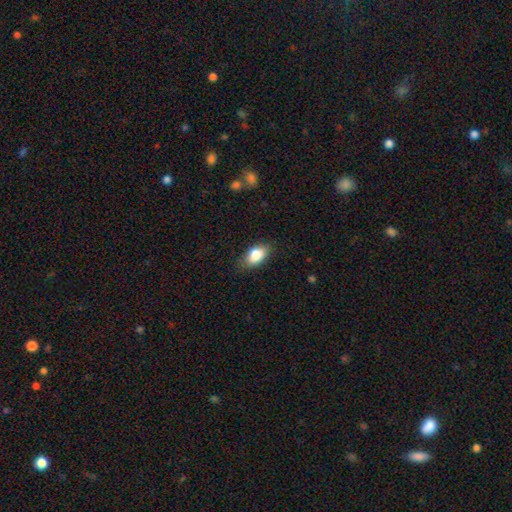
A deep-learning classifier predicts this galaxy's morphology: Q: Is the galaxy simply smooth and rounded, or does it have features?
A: smooth — 83%.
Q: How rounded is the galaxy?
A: in between — 88%.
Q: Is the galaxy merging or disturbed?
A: none — 80%.